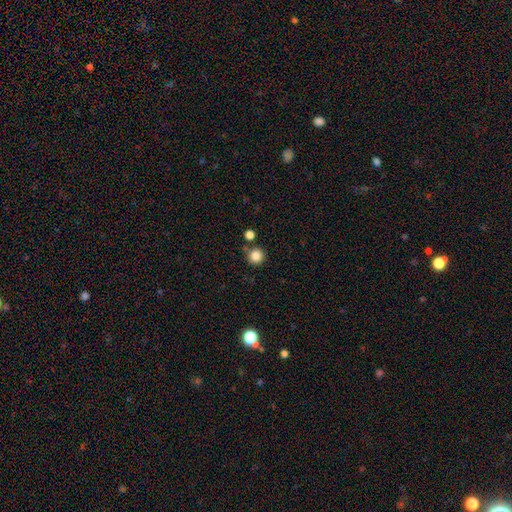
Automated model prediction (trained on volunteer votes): Smooth or featured: smooth — 84% (star or artifact — 11%)
How rounded: round — 95% (in between — 4%)
Merging: none — 82% (merger — 9%)